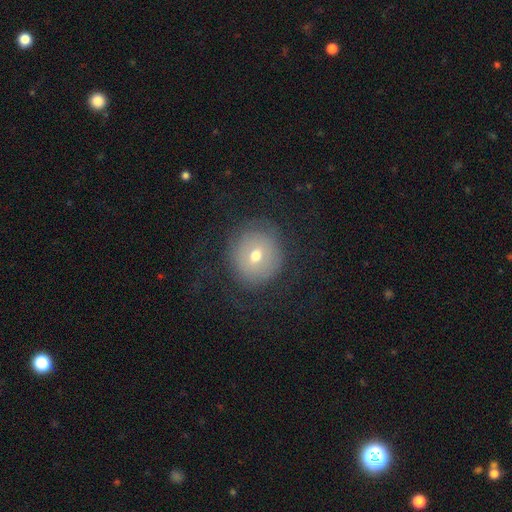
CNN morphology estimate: type=smooth (53%); roundness=round (86%); merging=none (71%).